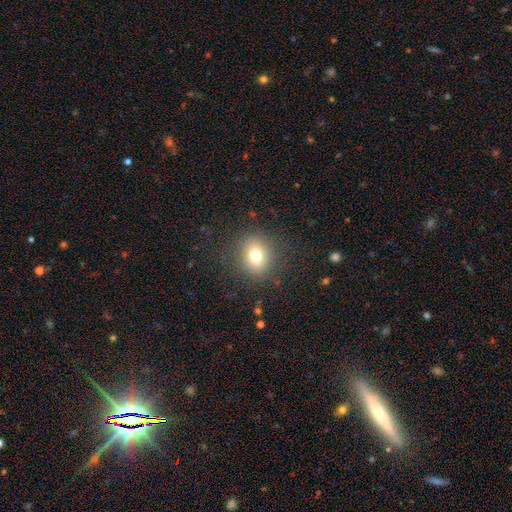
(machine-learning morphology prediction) smooth_or_featured: smooth (p=0.75) [alt: star or artifact p=0.14]
how_rounded: round (p=0.72) [alt: in between p=0.27]
merging: none (p=0.86) [alt: minor disturbance p=0.09]